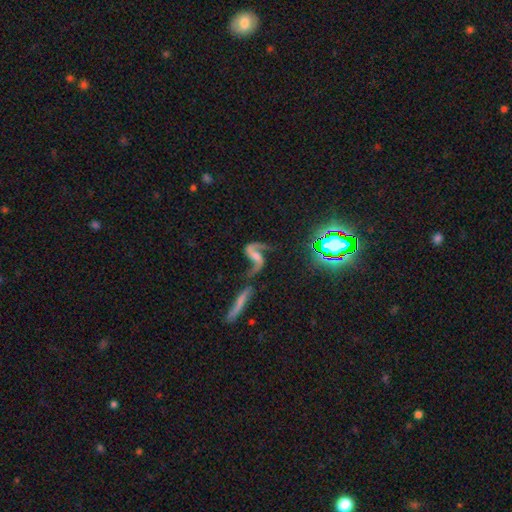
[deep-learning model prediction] A featured or disk galaxy (83%) with no bar (42%), 2 (90%) loose (81%) spiral arms (94%) and a small central bulge (36%).

Vote fractions:
- Smooth or featured? featured or disk: 83% / star or artifact: 9% / smooth: 8%
- Edge-on disk? no: 95% / yes: 5%
- Bar? no: 42% / weak: 36% / strong: 22%
- Spiral arms? yes: 94% / no: 6%
- Spiral winding? loose: 81% / medium: 16% / tight: 4%
- Spiral arm count? 2: 90% / 1: 5% / can't tell: 2% / 3: 1% / 4: 1% / more than 4: 1%
- Bulge size? small: 36% / moderate: 31% / none: 24% / large: 7% / dominant: 2%
- Merging? none: 42% / merger: 26% / major disturbance: 17% / minor disturbance: 15%